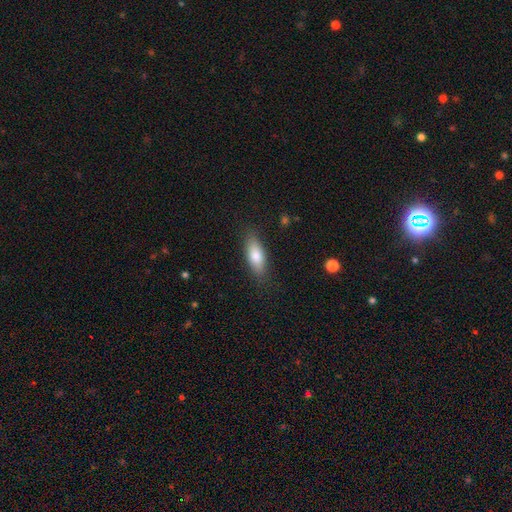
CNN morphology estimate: Smooth or featured? smooth (77%)
How rounded? in between (69%)
Merging? none (84%)